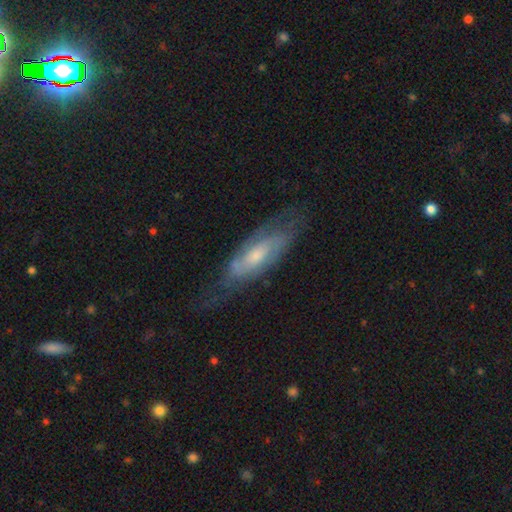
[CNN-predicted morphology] smooth_or_featured: featured or disk (p=0.69) [alt: smooth p=0.24]
disk_edge_on: no (p=0.75) [alt: yes p=0.25]
bar: no (p=0.56) [alt: weak p=0.36]
has_spiral_arms: yes (p=0.81) [alt: no p=0.19]
bulge_size: moderate (p=0.51) [alt: small p=0.36]
merging: none (p=0.62) [alt: minor disturbance p=0.24]